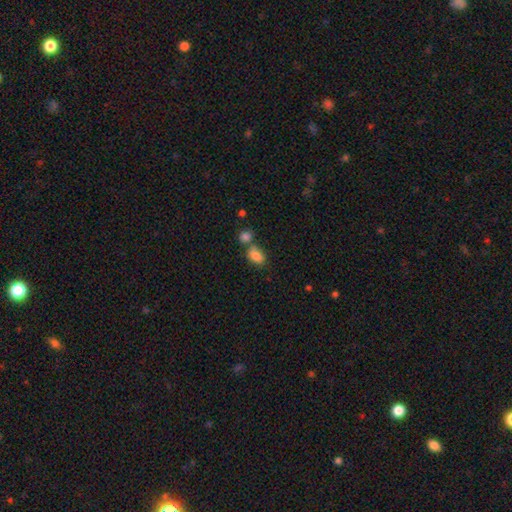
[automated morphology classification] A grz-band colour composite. It shows a smooth galaxy with no disk features (84%) that is in between round and cigar-shaped (83%). Merging: none (47%).